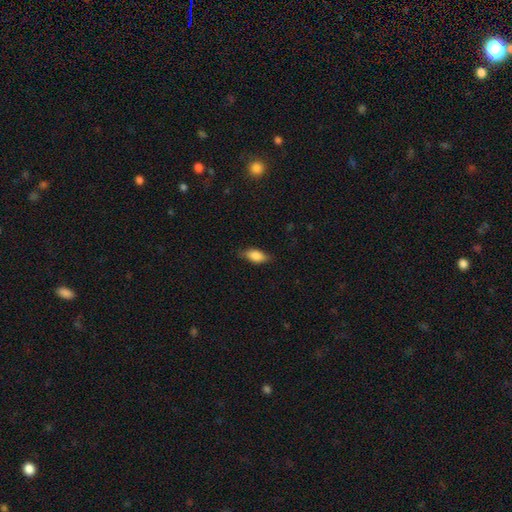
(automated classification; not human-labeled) Q: Smooth or featured?
A: smooth (82%); runner-up: featured or disk (11%)
Q: How rounded?
A: in between (86%); runner-up: cigar-shaped (10%)
Q: Merging?
A: none (76%); runner-up: minor disturbance (19%)